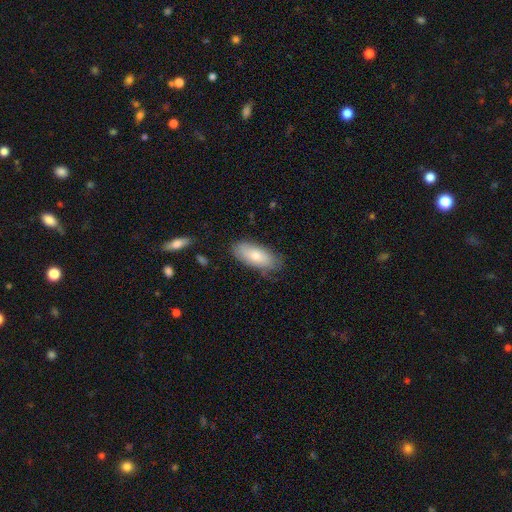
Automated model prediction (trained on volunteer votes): Q: Smooth or featured?
A: smooth (75%); runner-up: featured or disk (19%)
Q: How rounded?
A: in between (87%); runner-up: cigar-shaped (11%)
Q: Merging?
A: none (75%); runner-up: minor disturbance (19%)